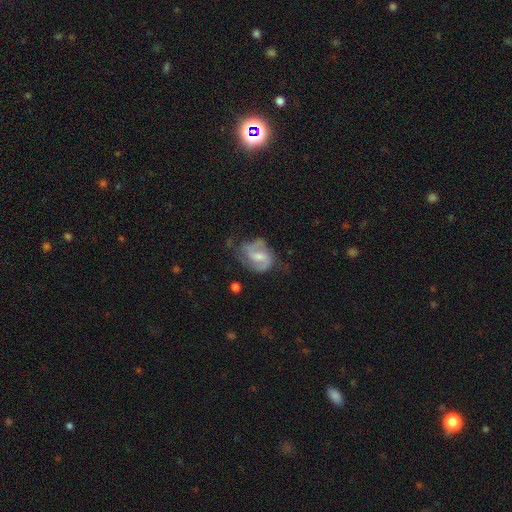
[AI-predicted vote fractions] This appears to be a featured or disk galaxy (77%) with a weak bar (52%), 2 (81%) medium (50%) spiral arms (93%) and a moderate central bulge (50%). Merging: none (60%).